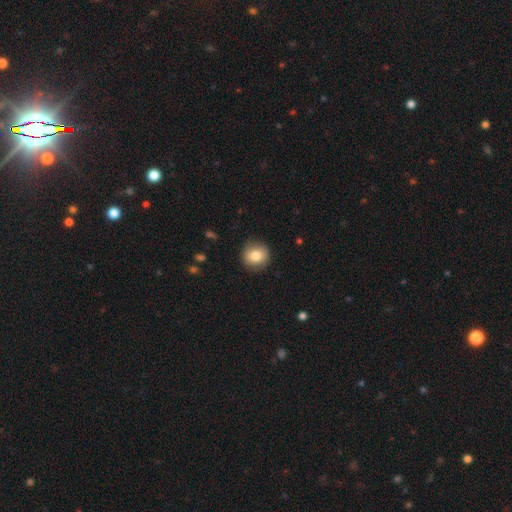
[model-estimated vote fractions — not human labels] Smooth or featured? Predicted: smooth (p=0.81). How rounded? Predicted: round (p=0.90). Merging? Predicted: none (p=0.89).